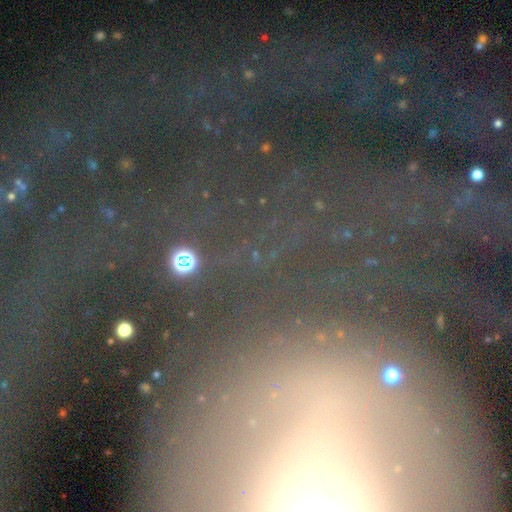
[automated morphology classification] Overall: star or artifact (63%).